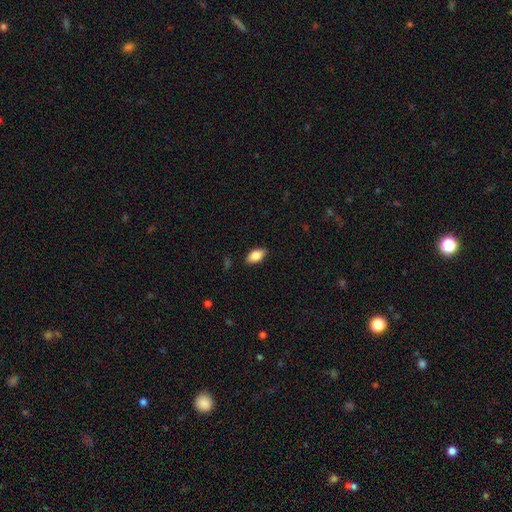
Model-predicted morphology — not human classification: A smooth galaxy with no disk features (84%) that is in between round and cigar-shaped (92%).

Vote fractions:
- Smooth or featured? smooth: 84% / featured or disk: 9% / star or artifact: 7%
- How rounded? in between: 92% / cigar-shaped: 4% / round: 4%
- Merging? none: 87% / minor disturbance: 10% / major disturbance: 2% / merger: 1%